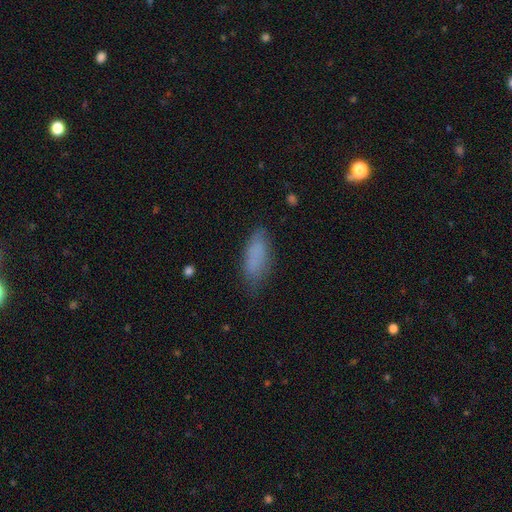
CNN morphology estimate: The model was most divided on "how rounded": in between: 72%, cigar-shaped: 26%, round: 2%. More confident: smooth or featured — smooth (83%); merging — none (74%).